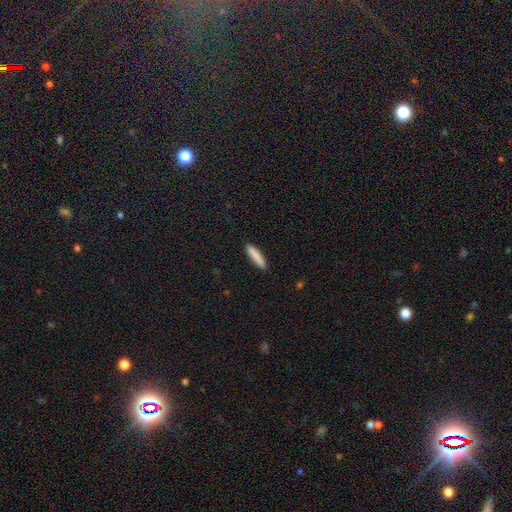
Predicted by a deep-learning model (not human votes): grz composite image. It shows a smooth galaxy with no disk features (86%) that is cigar-shaped (83%). Merging: none (91%).